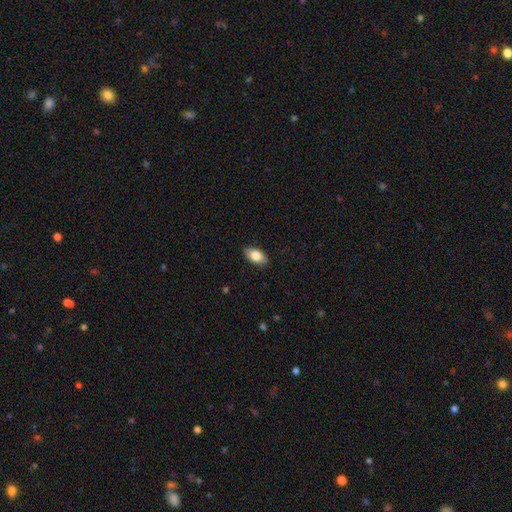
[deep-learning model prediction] Smooth or featured? Predicted: smooth (p=0.80). How rounded? Predicted: in between (p=0.92). Merging? Predicted: none (p=0.87).